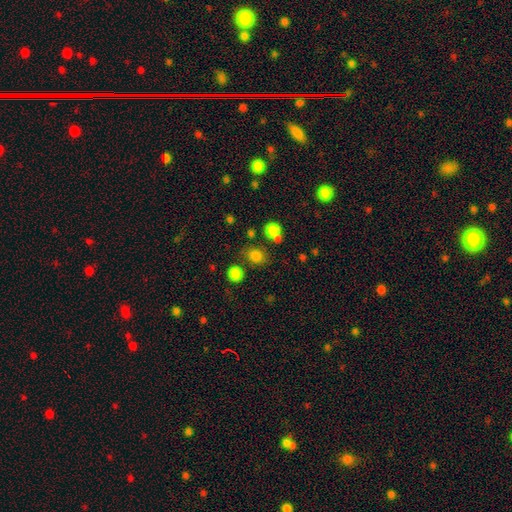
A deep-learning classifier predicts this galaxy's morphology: Smooth or featured? smooth (80%)
How rounded? round (66%)
Merging? none (73%)